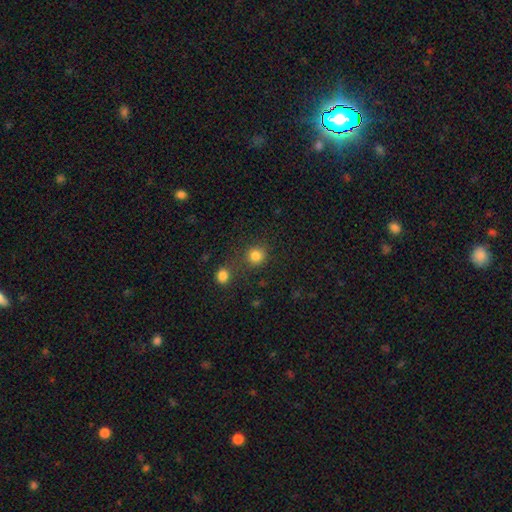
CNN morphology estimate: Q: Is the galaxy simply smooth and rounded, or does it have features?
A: smooth — 82%.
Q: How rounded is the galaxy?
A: round — 89%.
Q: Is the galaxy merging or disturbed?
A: none — 72%.